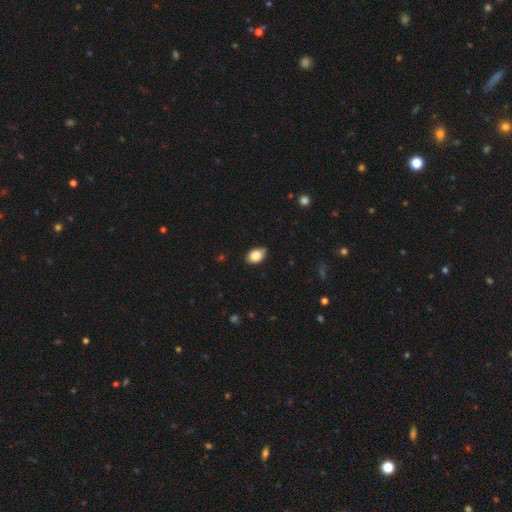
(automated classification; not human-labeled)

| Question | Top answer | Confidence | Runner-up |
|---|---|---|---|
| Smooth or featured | smooth | 85% | star or artifact (8%) |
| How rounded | in between | 82% | round (17%) |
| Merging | none | 73% | minor disturbance (23%) |